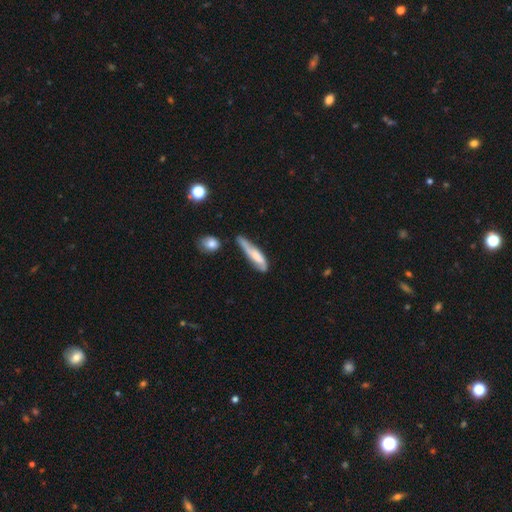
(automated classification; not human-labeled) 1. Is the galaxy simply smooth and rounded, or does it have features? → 56% smooth, 37% featured or disk, 7% star or artifact.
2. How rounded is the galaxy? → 71% cigar-shaped, 27% in between, 2% round.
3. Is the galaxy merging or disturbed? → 35% minor disturbance, 34% none, 18% major disturbance, 13% merger.